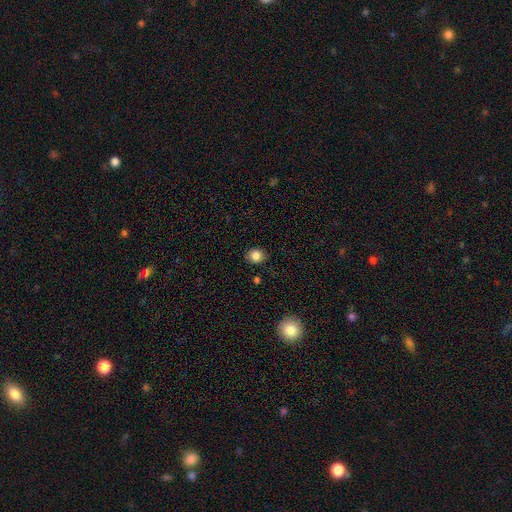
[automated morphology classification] A smooth galaxy with no disk features (84%) that is round (76%).

Vote fractions:
- Smooth or featured? smooth: 84% / star or artifact: 11% / featured or disk: 5%
- How rounded? round: 76% / in between: 23% / cigar-shaped: 1%
- Merging? none: 88% / minor disturbance: 8% / major disturbance: 2% / merger: 1%